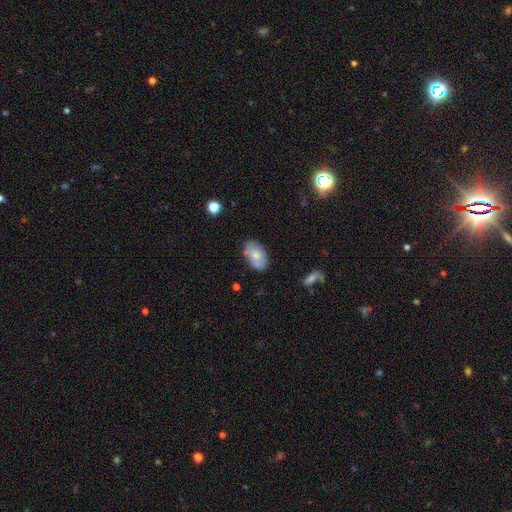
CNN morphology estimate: smooth-or-featured: smooth: 68% | featured or disk: 25% | star or artifact: 7%
  how-rounded: in between: 91% | round: 7% | cigar-shaped: 1%
  merging: none: 74% | minor disturbance: 19% | major disturbance: 4% | merger: 3%